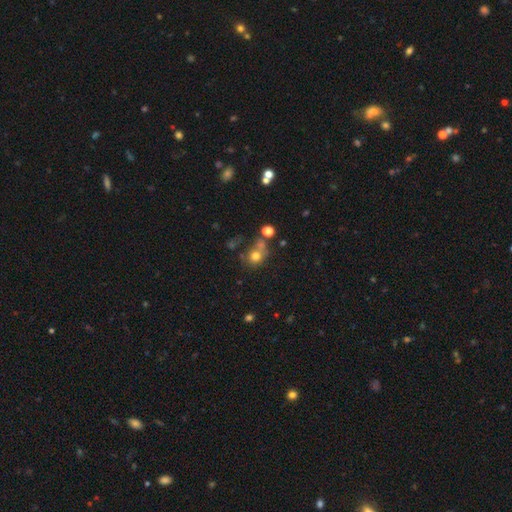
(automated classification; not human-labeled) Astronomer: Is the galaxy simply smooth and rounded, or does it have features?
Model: smooth — 65%.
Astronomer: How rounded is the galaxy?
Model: round — 78%.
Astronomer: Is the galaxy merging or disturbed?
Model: none — 53%.